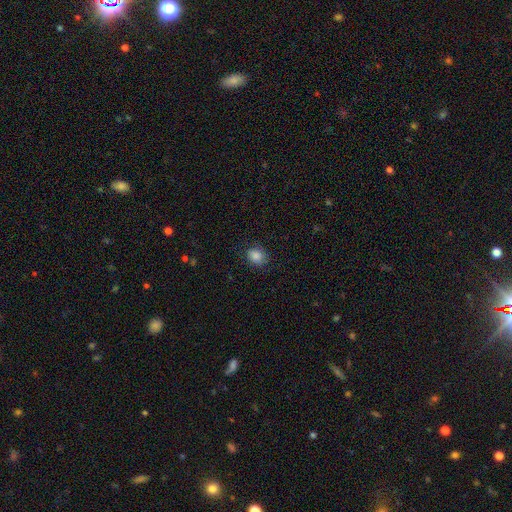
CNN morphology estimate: Overall: smooth (85%). How rounded: round (55%; in between 44%). Merging: none (77%).